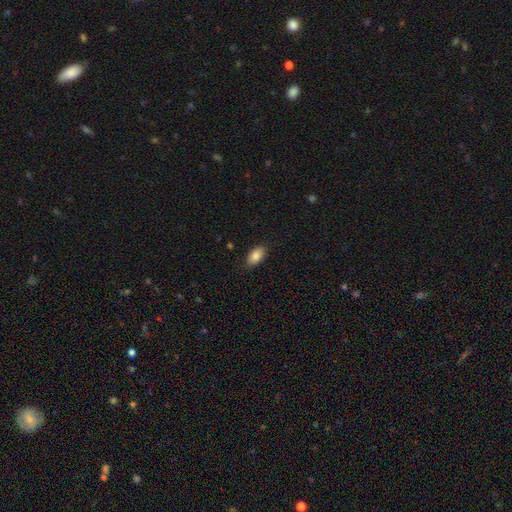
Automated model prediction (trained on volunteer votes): This is clearly a smooth galaxy (86%). How rounded: clearly in between (93%). Merging: clearly none (85%).